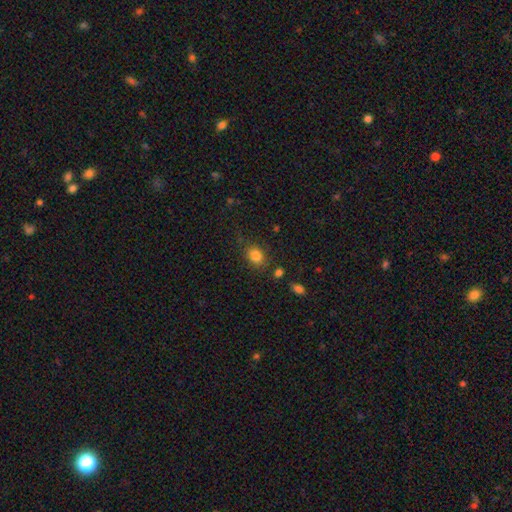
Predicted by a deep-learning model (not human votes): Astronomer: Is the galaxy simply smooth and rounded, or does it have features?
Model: smooth — 82%.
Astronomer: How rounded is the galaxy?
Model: in between — 57% (runner-up: round, 42%).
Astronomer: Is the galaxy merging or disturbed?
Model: none — 77%.